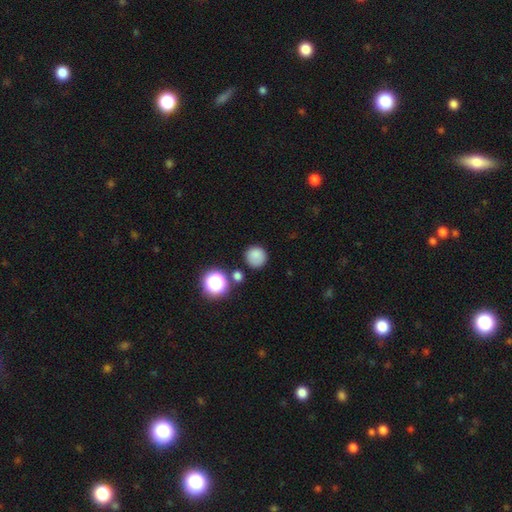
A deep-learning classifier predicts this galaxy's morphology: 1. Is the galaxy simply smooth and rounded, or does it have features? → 81% smooth, 13% star or artifact, 6% featured or disk.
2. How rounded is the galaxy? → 92% round, 7% in between, 1% cigar-shaped.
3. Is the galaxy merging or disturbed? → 80% none, 10% minor disturbance, 6% merger, 4% major disturbance.